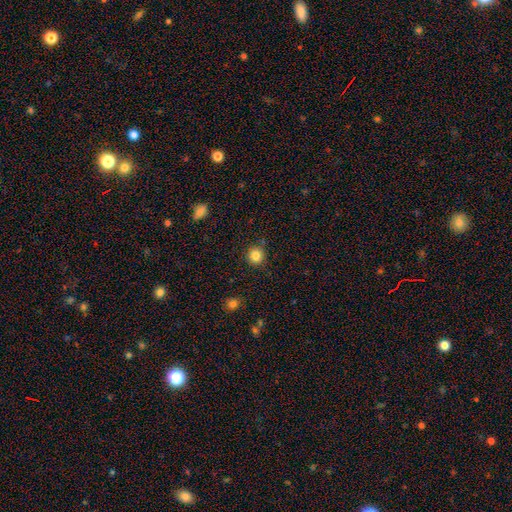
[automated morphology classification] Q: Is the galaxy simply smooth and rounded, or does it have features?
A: smooth — 84%.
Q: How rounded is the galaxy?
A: round — 90%.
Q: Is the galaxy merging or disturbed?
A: none — 88%.